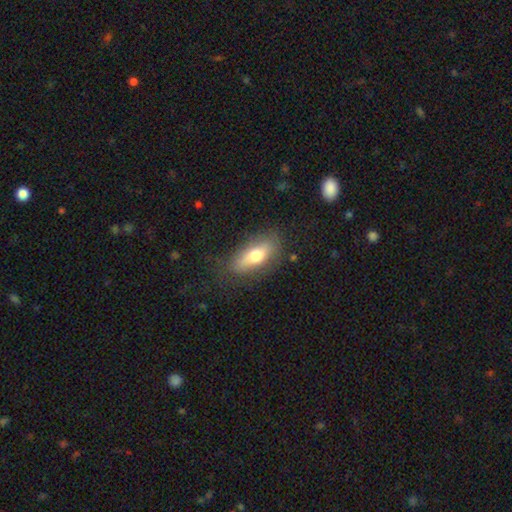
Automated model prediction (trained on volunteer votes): A smooth galaxy with no disk features (67%) that is in between round and cigar-shaped (75%). Merging: none (76%).